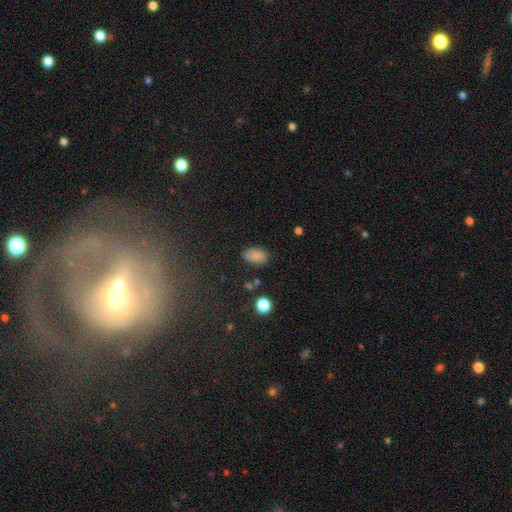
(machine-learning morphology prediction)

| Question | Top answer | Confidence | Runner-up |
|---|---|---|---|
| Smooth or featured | smooth | 83% | star or artifact (10%) |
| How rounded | in between | 90% | round (8%) |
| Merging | none | 79% | minor disturbance (15%) |